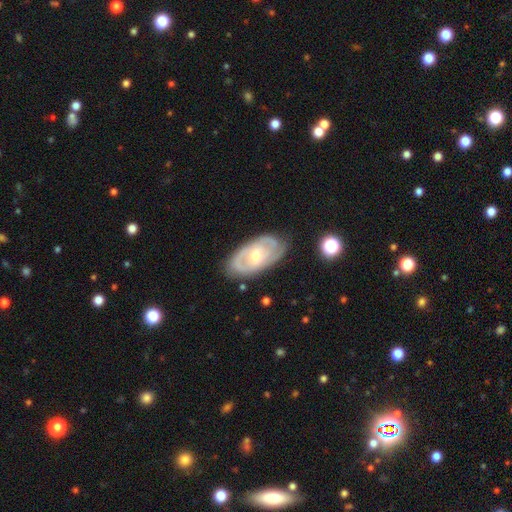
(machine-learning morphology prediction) Smooth or featured? featured or disk (77%)
Edge-on disk? no (94%)
Bar? no (55%)
Spiral arms? yes (82%)
Spiral winding? tight (61%)
Spiral arm count? 2 (40%)
Bulge size? moderate (58%)
Merging? none (73%)